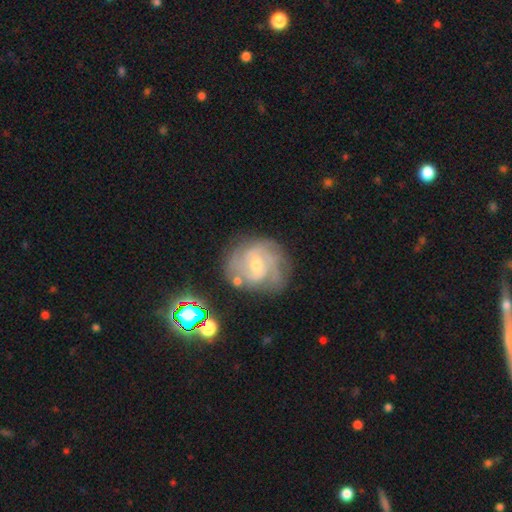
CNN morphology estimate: type=featured or disk (82%); edge-on=no (98%); bar=no (52%); spiral arms=yes (94%); winding=tight (59%); arm count=can't tell (33%); bulge=moderate (53%); merging=none (65%).